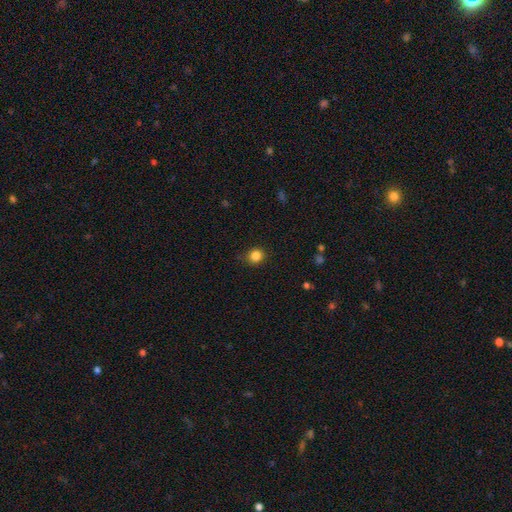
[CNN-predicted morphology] smooth_or_featured: smooth (p=0.85) [alt: star or artifact p=0.11]
how_rounded: round (p=0.84) [alt: in between p=0.15]
merging: none (p=0.85) [alt: minor disturbance p=0.11]